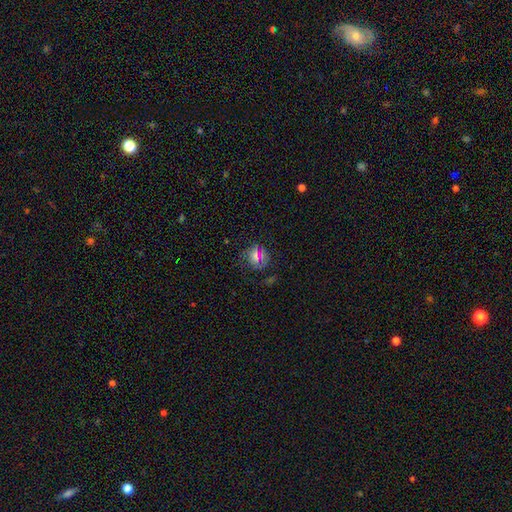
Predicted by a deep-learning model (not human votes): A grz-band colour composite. It shows a smooth galaxy with no disk features (59%) that is round (82%). Merging: none (78%).